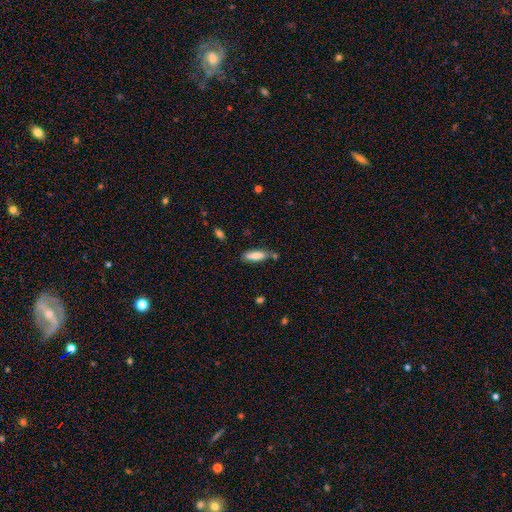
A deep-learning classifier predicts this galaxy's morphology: The model was most divided on "how rounded" (2-way tie): cigar-shaped: 49%, in between: 49%, round: 2%. More confident: smooth or featured — smooth (79%); merging — none (67%).